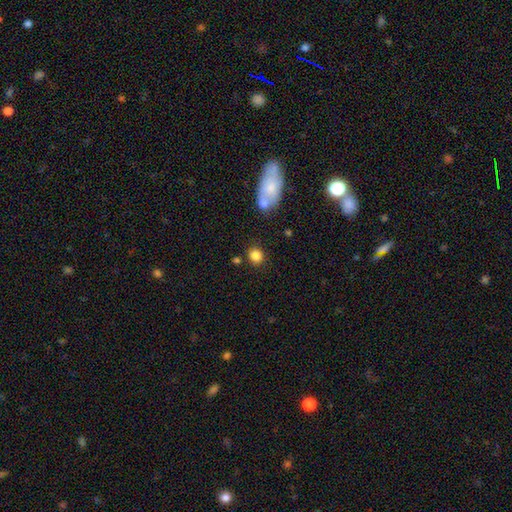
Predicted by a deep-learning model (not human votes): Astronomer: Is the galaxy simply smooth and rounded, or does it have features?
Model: smooth — 84%.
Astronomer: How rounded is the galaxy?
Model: round — 82%.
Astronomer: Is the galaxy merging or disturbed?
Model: none — 81%.